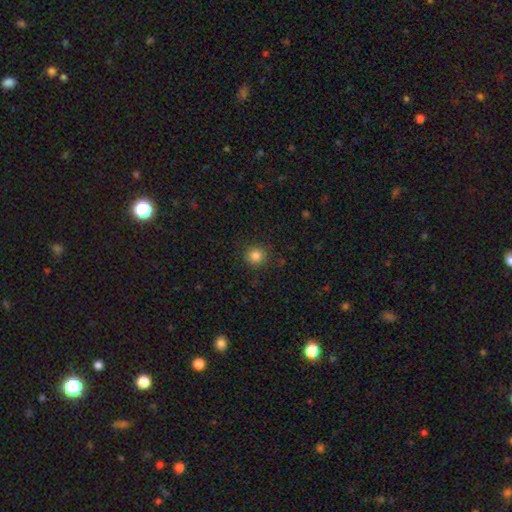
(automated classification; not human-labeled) Smooth or featured? Predicted: smooth (p=0.83). How rounded? Predicted: round (p=0.93). Merging? Predicted: none (p=0.90).